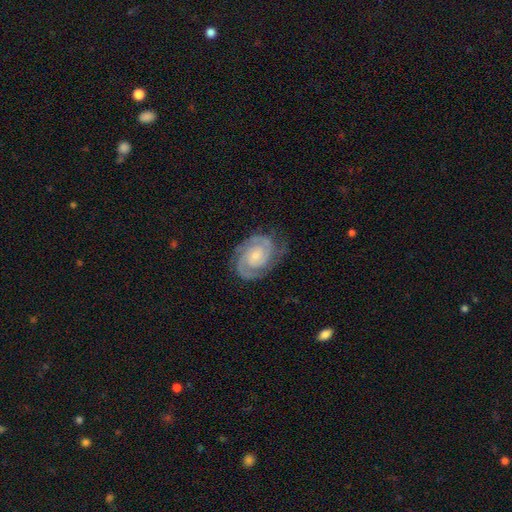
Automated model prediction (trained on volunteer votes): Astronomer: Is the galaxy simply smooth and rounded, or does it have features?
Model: featured or disk — 90%.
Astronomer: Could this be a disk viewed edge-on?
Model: no — 98%.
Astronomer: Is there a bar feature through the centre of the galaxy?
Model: no — 67%.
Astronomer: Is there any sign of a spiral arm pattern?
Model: yes — 98%.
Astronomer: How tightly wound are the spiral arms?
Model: tight — 67%.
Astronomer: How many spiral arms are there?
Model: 2 — 85%.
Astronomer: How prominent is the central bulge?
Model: small — 56% (runner-up: moderate, 33%).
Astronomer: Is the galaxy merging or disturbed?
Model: none — 78%.